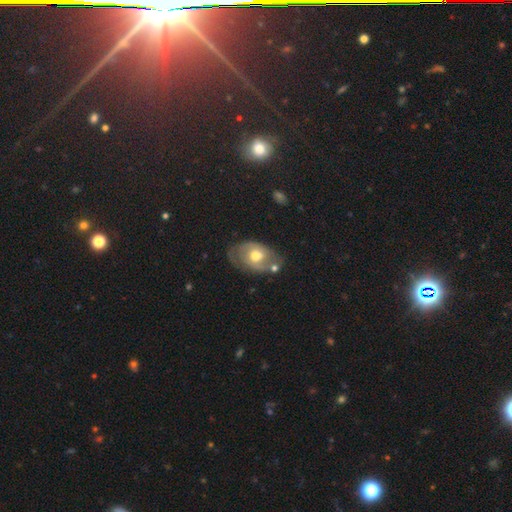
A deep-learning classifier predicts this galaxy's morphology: Smooth or featured? featured or disk (58%)
Edge-on disk? no (93%)
Bar? no (62%)
Spiral arms? yes (59%)
Bulge size? moderate (73%)
Merging? none (53%)